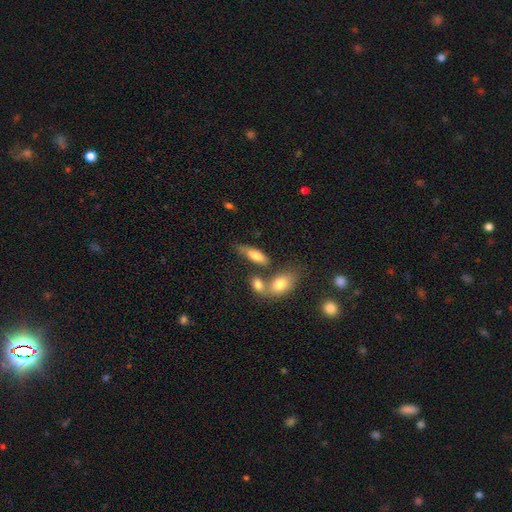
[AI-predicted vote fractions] A smooth galaxy with no disk features (76%) that is in between round and cigar-shaped (69%).

Vote fractions:
- Smooth or featured? smooth: 76% / featured or disk: 16% / star or artifact: 8%
- How rounded? in between: 69% / cigar-shaped: 27% / round: 4%
- Merging? none: 45% / merger: 28% / minor disturbance: 18% / major disturbance: 8%